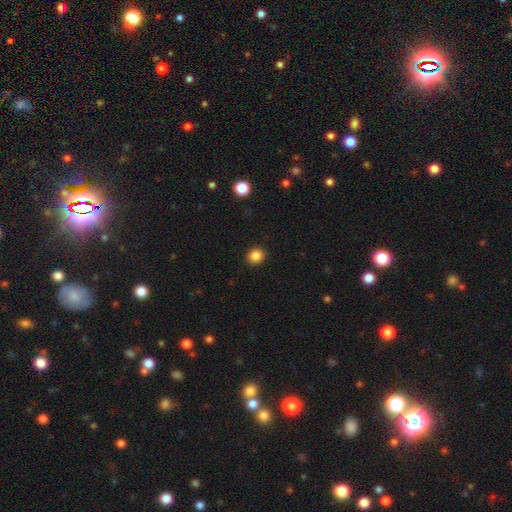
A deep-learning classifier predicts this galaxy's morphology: Smooth or featured? smooth (86%)
How rounded? round (77%)
Merging? none (92%)